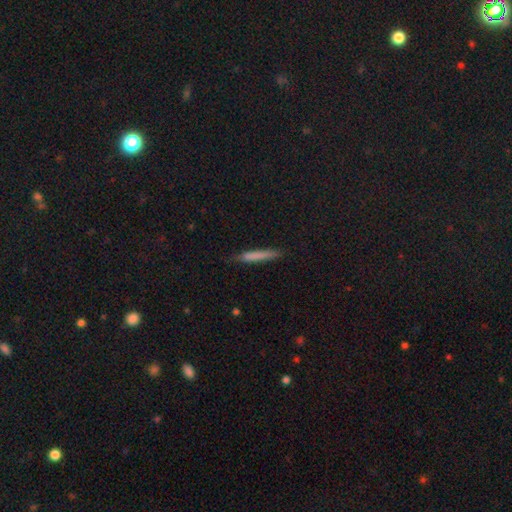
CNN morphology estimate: A smooth galaxy with no disk features (74%) that is cigar-shaped (95%). Merging: none (82%).